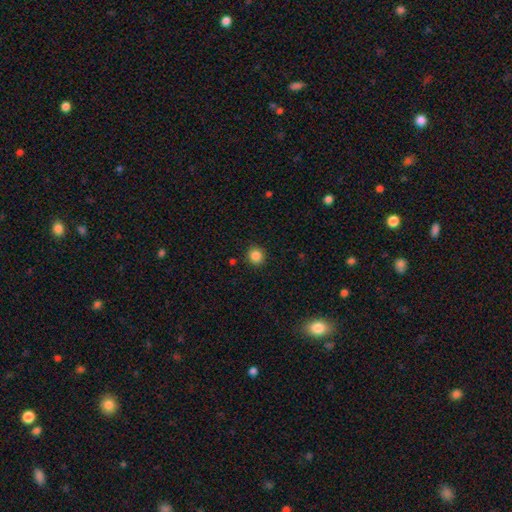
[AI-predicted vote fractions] Smooth or featured?
  - smooth: 85% *
  - star or artifact: 11%
  - featured or disk: 4%
How rounded?
  - round: 90% *
  - in between: 9%
  - cigar-shaped: 1%
Merging?
  - none: 90% *
  - minor disturbance: 7%
  - major disturbance: 2%
  - merger: 2%